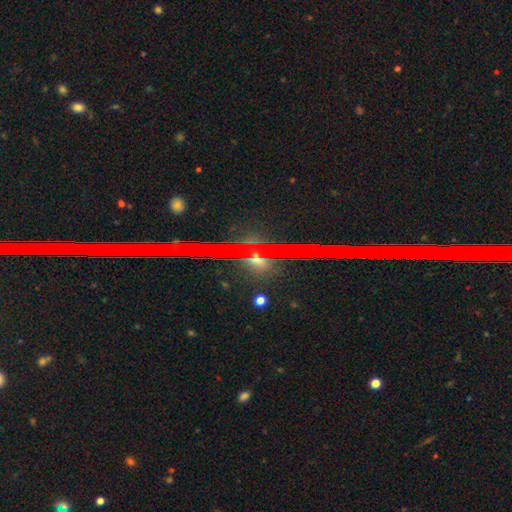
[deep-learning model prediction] A star or artifact, not a galaxy (49%).